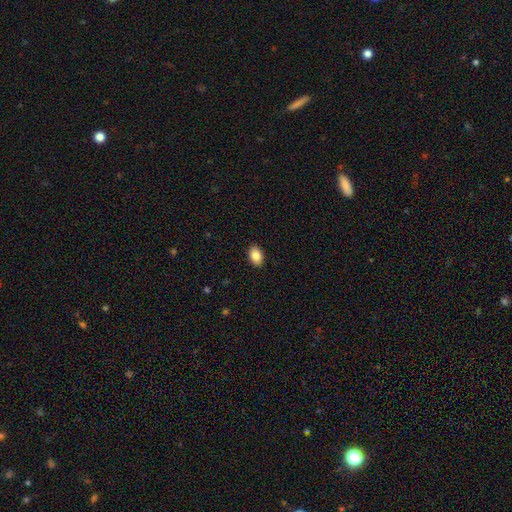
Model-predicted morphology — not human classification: smooth_or_featured: smooth (p=0.87) [alt: star or artifact p=0.08]
how_rounded: in between (p=0.88) [alt: round p=0.11]
merging: none (p=0.90) [alt: minor disturbance p=0.07]